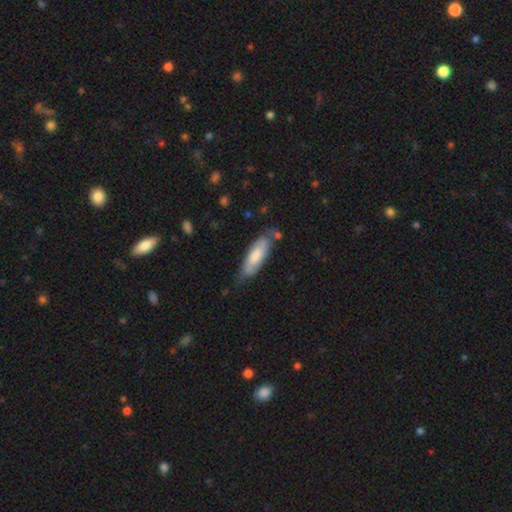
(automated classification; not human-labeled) Overall: smooth (65%; featured or disk 30%). How rounded: in between (57%; cigar-shaped 42%). Merging: none (60%; minor disturbance 28%).